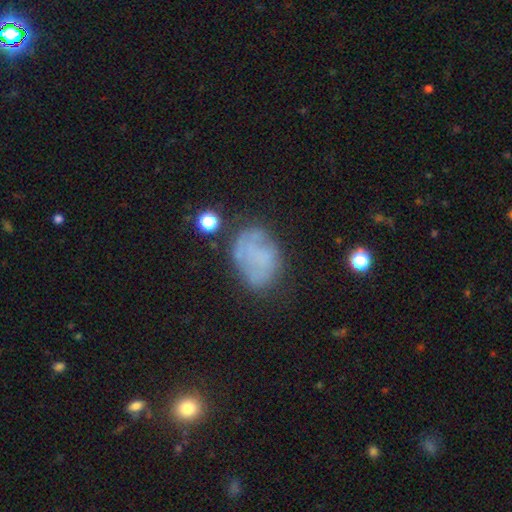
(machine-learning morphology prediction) smooth_or_featured: smooth (p=0.48) [alt: featured or disk p=0.39]
merging: none (p=0.54) [alt: minor disturbance p=0.26]